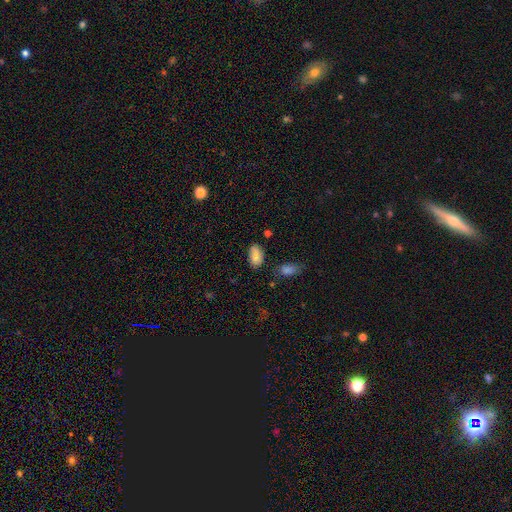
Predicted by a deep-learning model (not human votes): This is clearly a smooth galaxy (82%). How rounded: clearly in between (93%). Merging: likely none (69%).